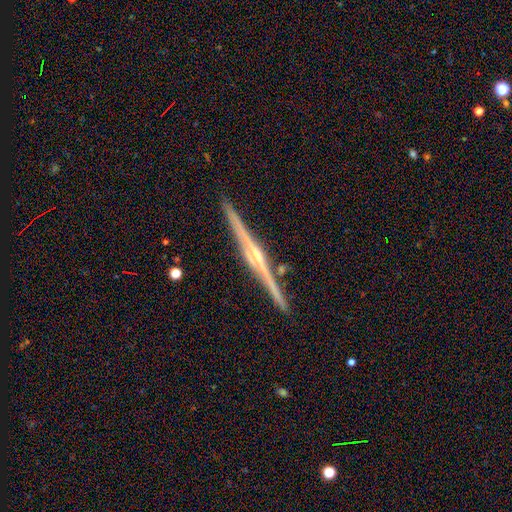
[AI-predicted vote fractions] smooth-or-featured: featured or disk: 87% | smooth: 7% | star or artifact: 6%
  disk-edge-on: yes: 99% | no: 1%
    edge-on-bulge: rounded: 79% | boxy: 11% | none: 10%
  merging: none: 93% | minor disturbance: 5% | merger: 1% | major disturbance: 1%